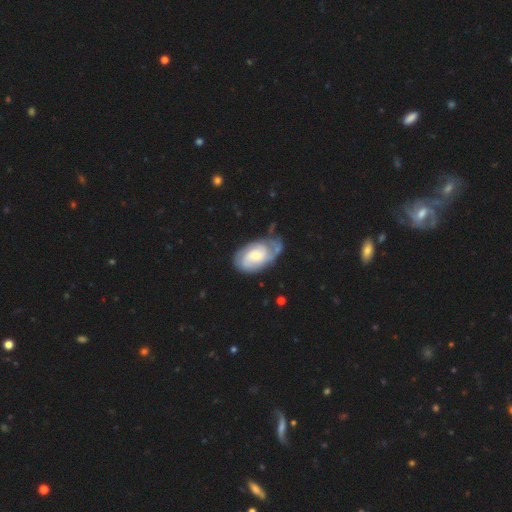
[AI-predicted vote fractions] This is likely a featured or disk galaxy (72%). It is clearly not viewed edge-on (96%). Bar: likely no (62%). Spiral arm pattern: clearly yes (90%). Spiral arm count: marginally 2 (43%). Spiral winding: possibly tight (56%). Central bulge: possibly small (51%). Merging: possibly none (53%).